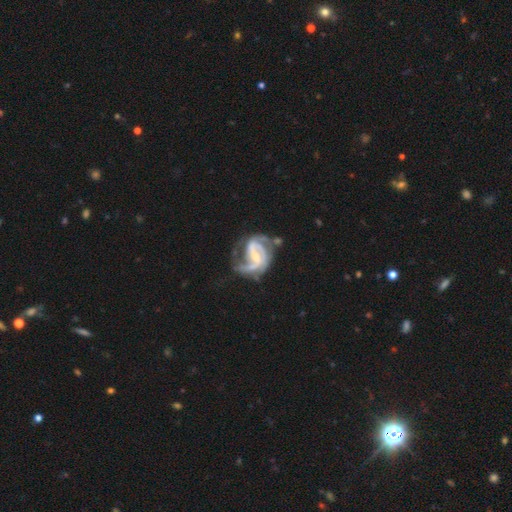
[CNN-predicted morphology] smooth_or_featured: featured or disk (p=0.91) [alt: star or artifact p=0.05]
disk_edge_on: no (p=0.98) [alt: yes p=0.02]
bar: weak (p=0.45) [alt: strong p=0.34]
has_spiral_arms: yes (p=0.97) [alt: no p=0.03]
spiral_winding: medium (p=0.52) [alt: tight p=0.27]
spiral_arm_count: 2 (p=0.67) [alt: 3 p=0.15]
bulge_size: small (p=0.53) [alt: moderate p=0.42]
merging: none (p=0.47) [alt: minor disturbance p=0.24]